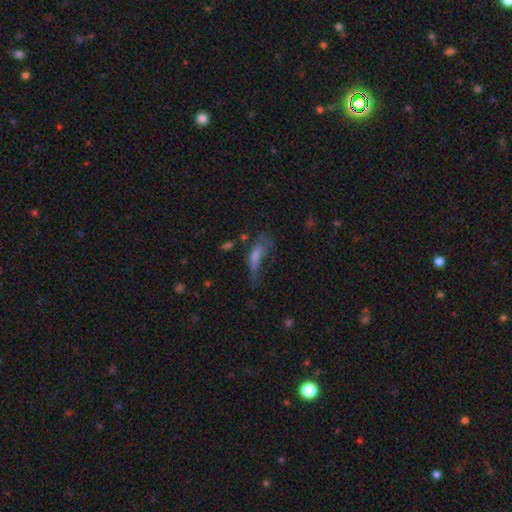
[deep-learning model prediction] smooth 49%, featured or disk 34%, star or artifact 17%. Down the decision tree: merging — major disturbance (36%).